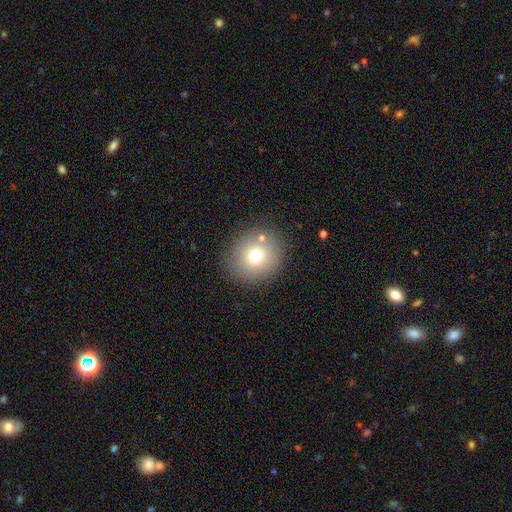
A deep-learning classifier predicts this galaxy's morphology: Smooth or featured? Predicted: smooth (p=0.72). How rounded? Predicted: round (p=0.86). Merging? Predicted: none (p=0.83).